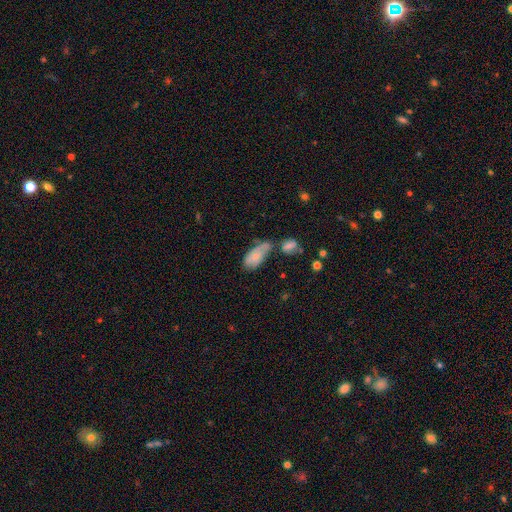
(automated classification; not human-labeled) Smooth or featured?
  - smooth: 66% *
  - featured or disk: 26%
  - star or artifact: 8%
How rounded?
  - in between: 91% *
  - cigar-shaped: 6%
  - round: 3%
Merging?
  - merger: 35% *
  - none: 30%
  - minor disturbance: 22%
  - major disturbance: 12%